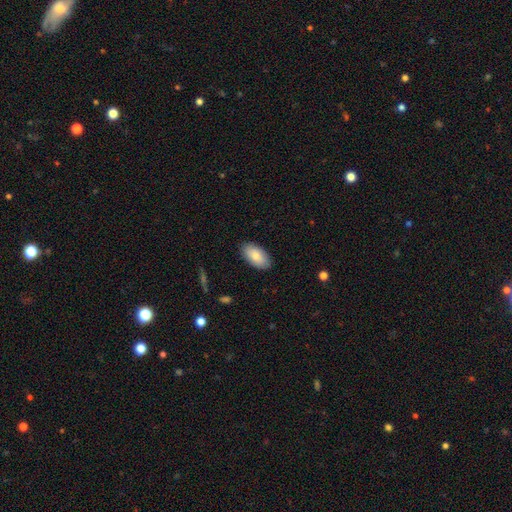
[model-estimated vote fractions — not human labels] Q: Smooth or featured?
A: smooth (82%); runner-up: featured or disk (11%)
Q: How rounded?
A: in between (95%); runner-up: round (3%)
Q: Merging?
A: none (88%); runner-up: minor disturbance (9%)